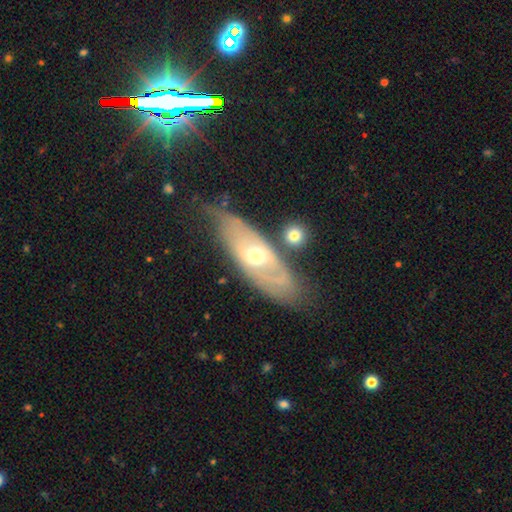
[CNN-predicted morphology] Smooth or featured? Predicted: featured or disk (p=0.66). Edge-on disk? Predicted: no (p=0.76). Bar? Predicted: no (p=0.69). Spiral arms? Predicted: yes (p=0.55). Bulge size? Predicted: moderate (p=0.65). Merging? Predicted: none (p=0.59).